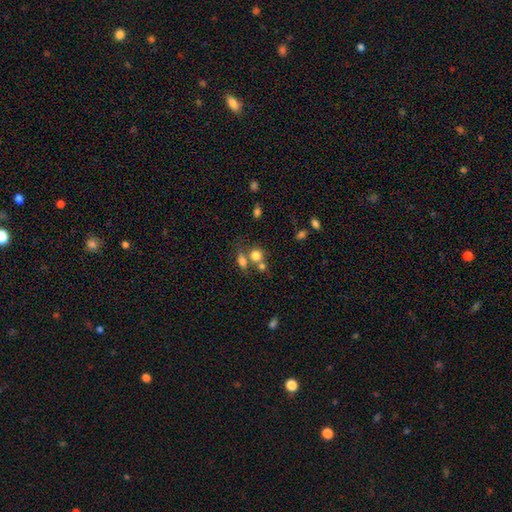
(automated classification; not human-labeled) smooth_or_featured: smooth (p=0.76) [alt: star or artifact p=0.13]
how_rounded: round (p=0.71) [alt: in between p=0.27]
merging: none (p=0.46) [alt: merger p=0.39]